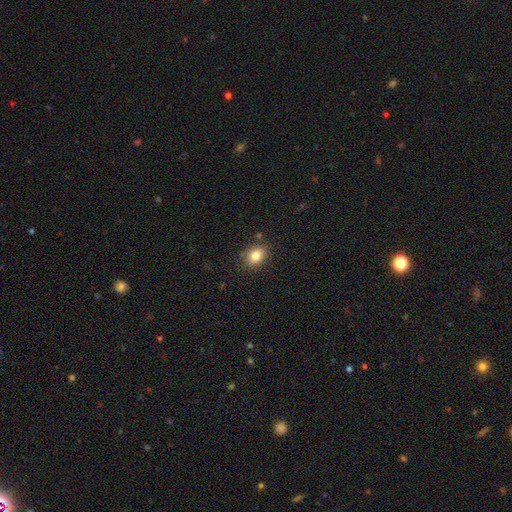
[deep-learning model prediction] Smooth or featured? Predicted: smooth (p=0.83). How rounded? Predicted: in between (p=0.70). Merging? Predicted: none (p=0.84).